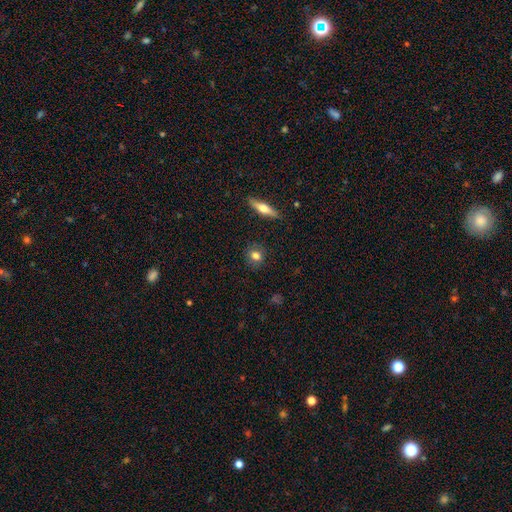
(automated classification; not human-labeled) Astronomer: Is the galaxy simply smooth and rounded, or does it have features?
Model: smooth — 78%.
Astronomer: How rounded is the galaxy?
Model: round — 79%.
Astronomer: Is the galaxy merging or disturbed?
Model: none — 88%.